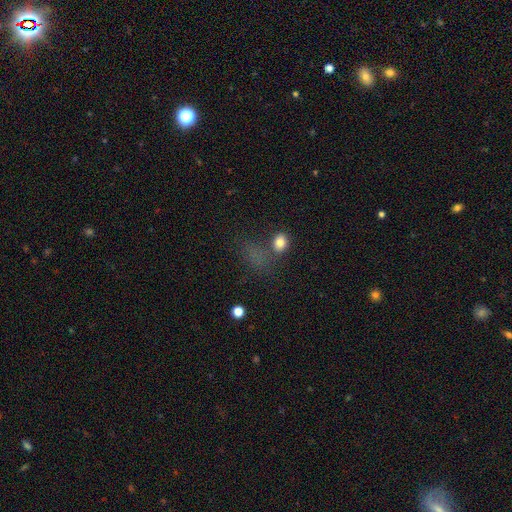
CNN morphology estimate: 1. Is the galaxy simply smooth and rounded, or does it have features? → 59% smooth, 30% star or artifact, 11% featured or disk.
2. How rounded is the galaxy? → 53% in between, 43% round, 4% cigar-shaped.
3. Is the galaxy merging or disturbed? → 49% none, 21% major disturbance, 17% minor disturbance, 12% merger.